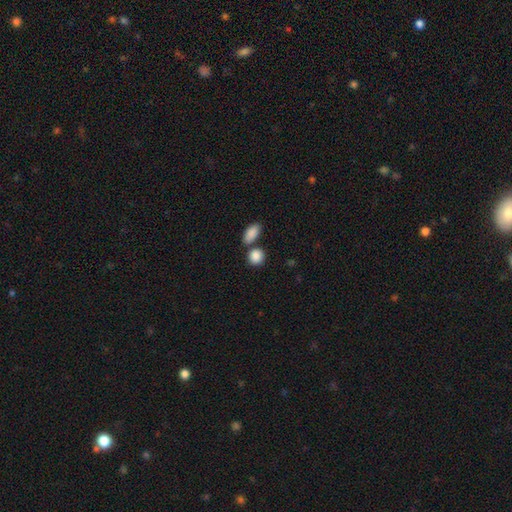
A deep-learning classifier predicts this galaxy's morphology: smooth-or-featured: smooth: 88% | star or artifact: 7% | featured or disk: 4%
  how-rounded: round: 64% | in between: 34% | cigar-shaped: 2%
  merging: none: 62% | merger: 24% | minor disturbance: 10% | major disturbance: 3%